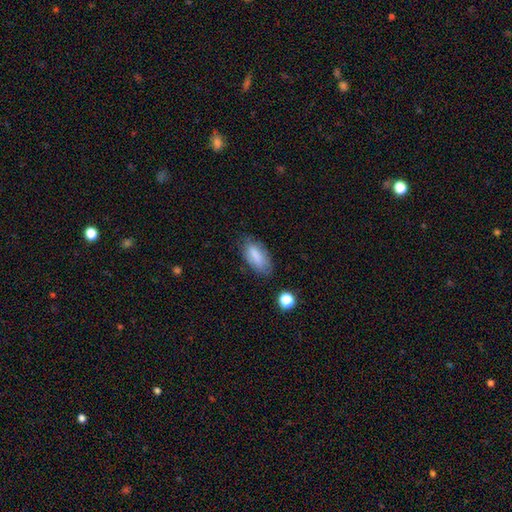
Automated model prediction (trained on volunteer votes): Morphology: type=smooth (80%); roundness=in between (87%); merging=none (71%).